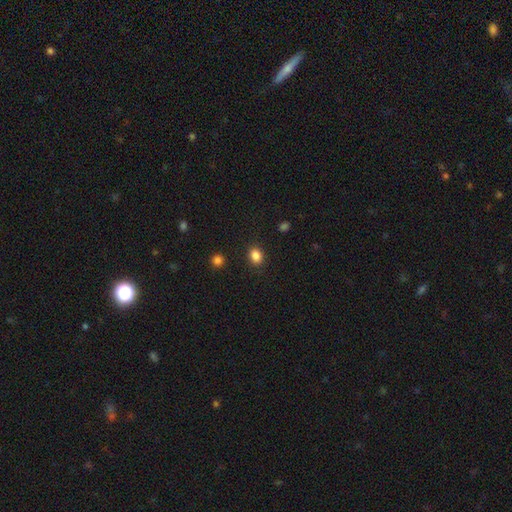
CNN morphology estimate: type=smooth (86%); roundness=in between (51%); merging=none (88%).